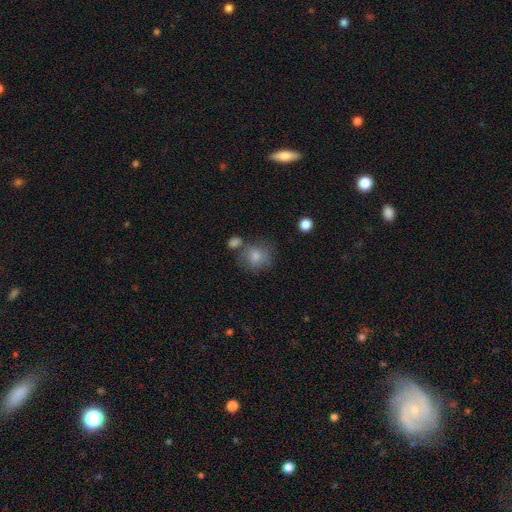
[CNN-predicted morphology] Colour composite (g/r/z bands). It shows a smooth galaxy with no disk features (72%) that is round (77%). Merging: none (61%).